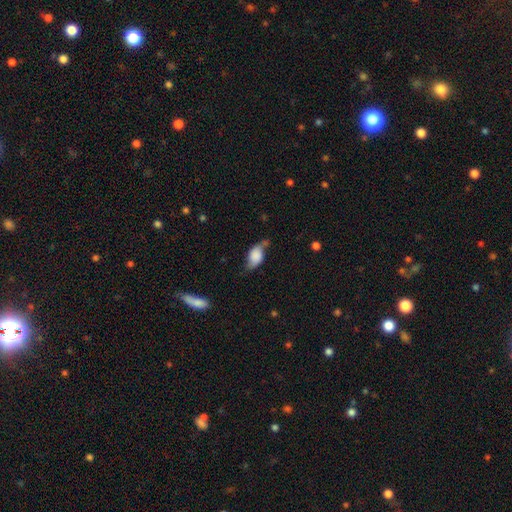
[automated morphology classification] A smooth galaxy with no disk features (60%) that is in between round and cigar-shaped (87%).

Vote fractions:
- Smooth or featured? smooth: 60% / featured or disk: 31% / star or artifact: 9%
- How rounded? in between: 87% / round: 10% / cigar-shaped: 3%
- Merging? none: 44% / minor disturbance: 34% / major disturbance: 14% / merger: 8%